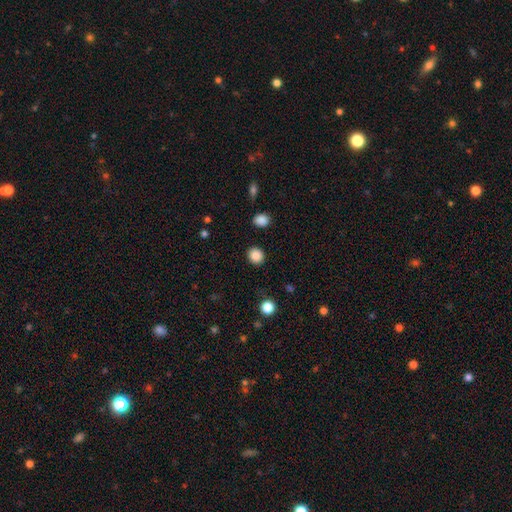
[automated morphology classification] The model was most divided on "how rounded": round: 80%, in between: 19%, cigar-shaped: 1%. More confident: merging — none (90%); smooth or featured — smooth (87%).